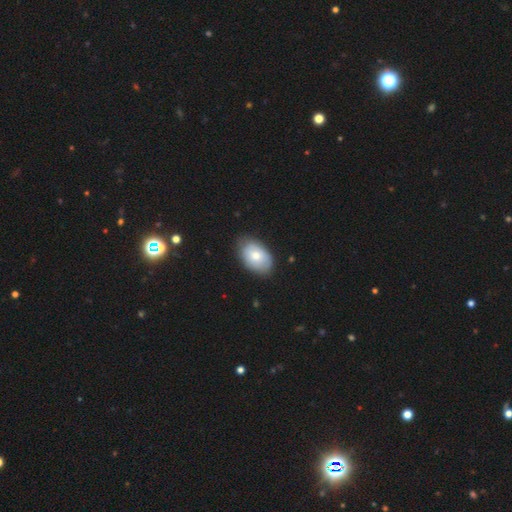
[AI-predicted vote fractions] Smooth or featured?
  - smooth: 71% *
  - featured or disk: 23%
  - star or artifact: 6%
How rounded?
  - in between: 88% *
  - round: 11%
  - cigar-shaped: 1%
Merging?
  - none: 78% *
  - minor disturbance: 18%
  - major disturbance: 3%
  - merger: 1%